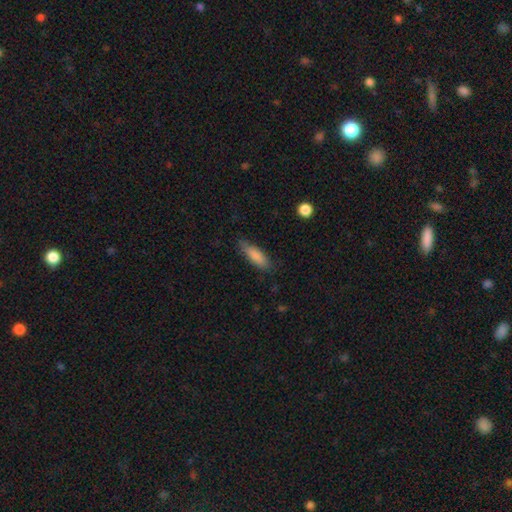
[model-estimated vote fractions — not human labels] This appears to be a smooth galaxy with no disk features (83%) that is in between round and cigar-shaped (56%). Merging: none (70%).